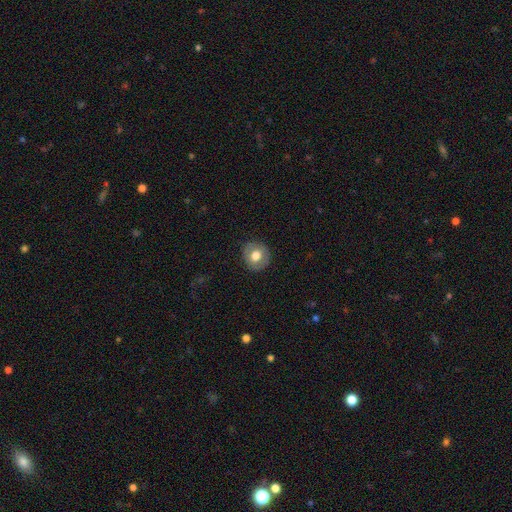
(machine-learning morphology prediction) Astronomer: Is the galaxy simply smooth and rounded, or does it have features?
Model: smooth — 68%.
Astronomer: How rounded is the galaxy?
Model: round — 87%.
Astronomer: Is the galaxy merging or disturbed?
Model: none — 87%.